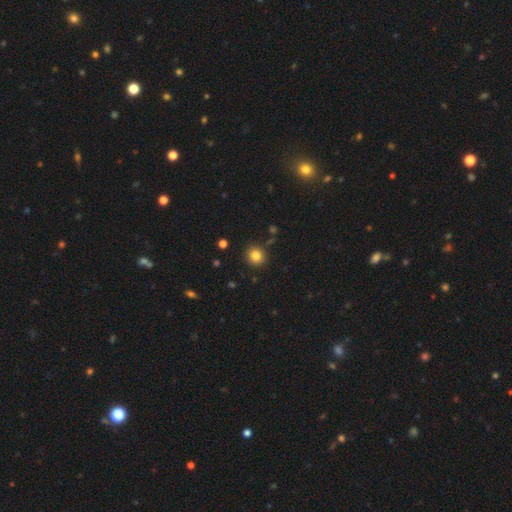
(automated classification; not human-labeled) Smooth or featured: smooth — 83% (star or artifact — 12%)
How rounded: round — 90% (in between — 9%)
Merging: none — 89% (minor disturbance — 7%)